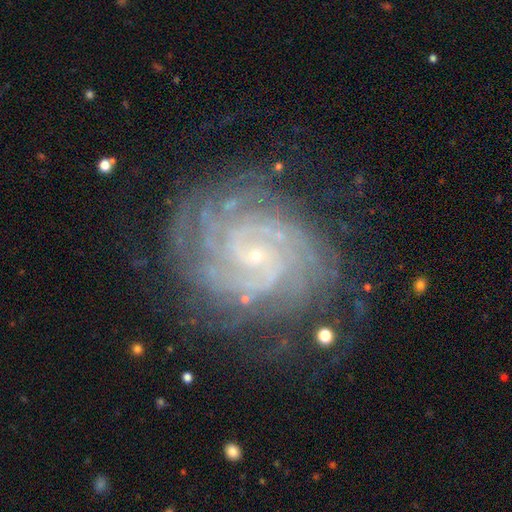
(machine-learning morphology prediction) This appears to be a featured or disk galaxy (90%) with no bar (64%), 4 (23%) tight (78%) spiral arms (98%) and a small central bulge (87%). Merging: none (76%).